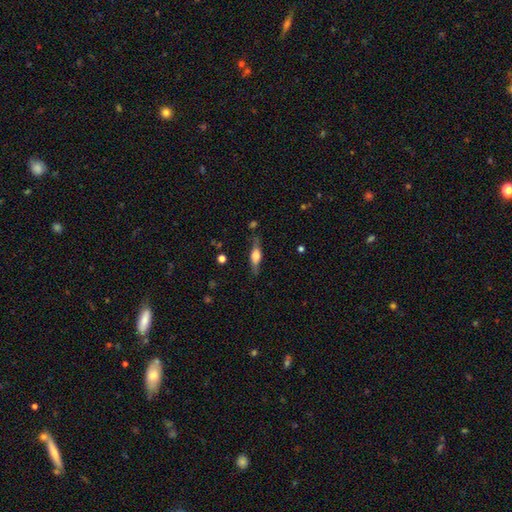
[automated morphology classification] Overall: featured or disk (48%; smooth 45%). Merging: none (69%).